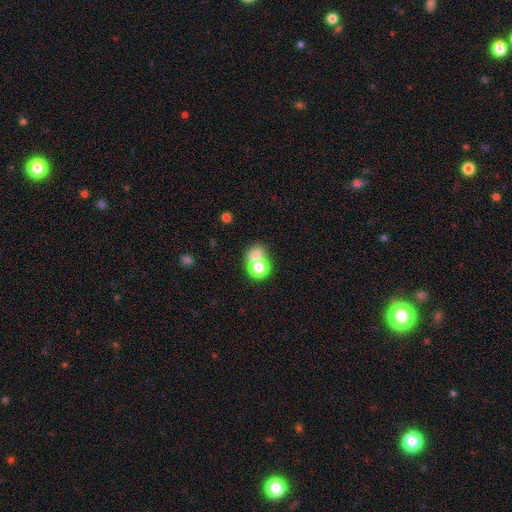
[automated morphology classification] smooth 72%, star or artifact 15%, featured or disk 13%. Down the decision tree: how rounded — round (64%); merging — merger (53%).